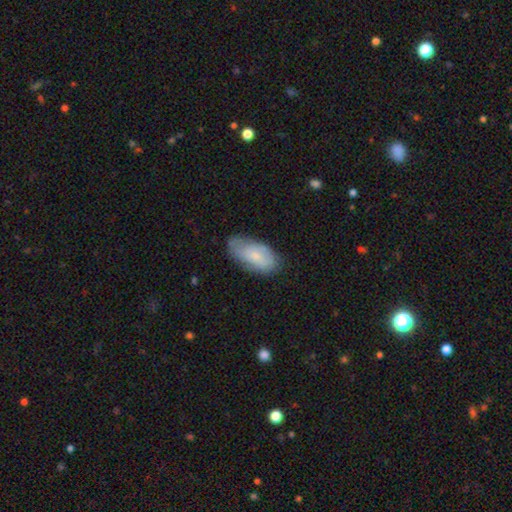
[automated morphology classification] smooth_or_featured: smooth (p=0.64) [alt: featured or disk p=0.29]
how_rounded: in between (p=0.92) [alt: cigar-shaped p=0.05]
merging: none (p=0.64) [alt: minor disturbance p=0.28]